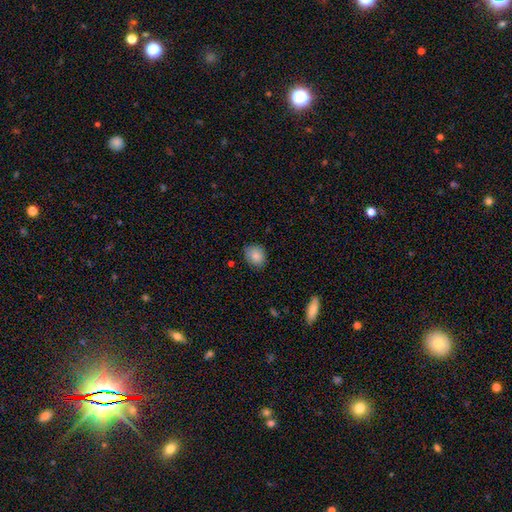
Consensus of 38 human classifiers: smooth-or-featured: smooth: 95% | featured or disk: 3% | star or artifact: 3%
  how-rounded: round: 61% | in between: 36% | cigar-shaped: 3%
  merging: none: 78% | minor disturbance: 16% | major disturbance: 3% | merger: 3%